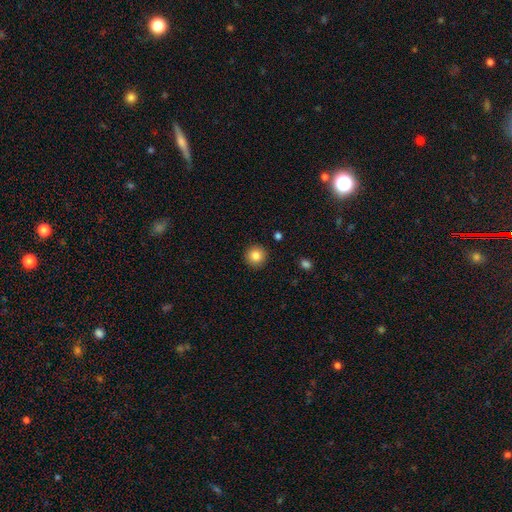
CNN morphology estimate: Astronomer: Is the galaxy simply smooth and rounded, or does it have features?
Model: smooth — 85%.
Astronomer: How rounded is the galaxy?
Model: round — 95%.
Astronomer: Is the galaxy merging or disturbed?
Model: none — 92%.